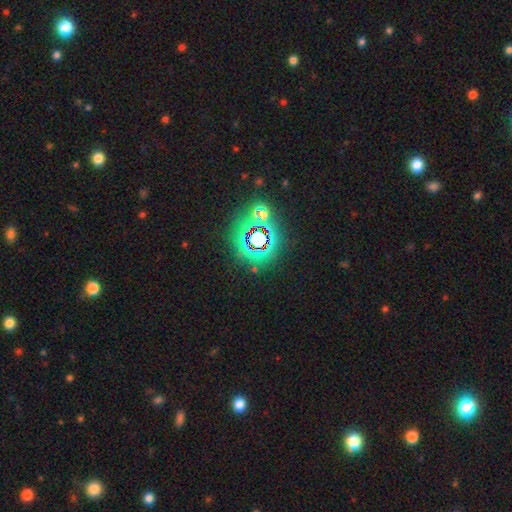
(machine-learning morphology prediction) Smooth or featured: star or artifact — 69% (smooth — 19%)